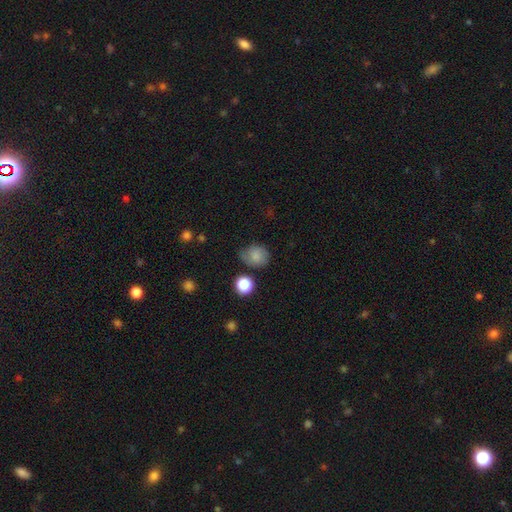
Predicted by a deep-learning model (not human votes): Smooth or featured?
  - smooth: 79% *
  - star or artifact: 11%
  - featured or disk: 10%
How rounded?
  - round: 59% *
  - in between: 40%
  - cigar-shaped: 1%
Merging?
  - none: 58% *
  - minor disturbance: 30%
  - major disturbance: 8%
  - merger: 4%